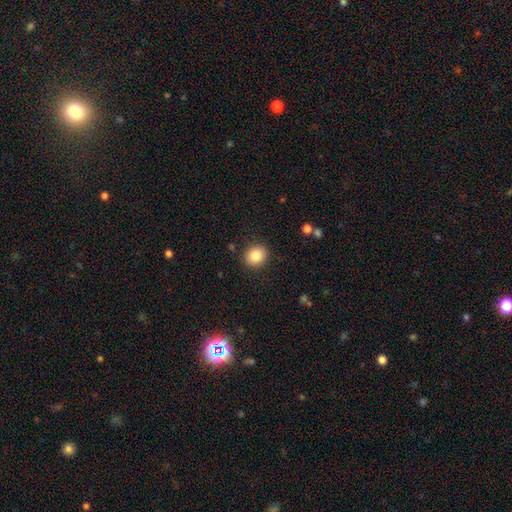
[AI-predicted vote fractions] Smooth or featured: smooth — 83% (star or artifact — 9%)
How rounded: round — 78% (in between — 21%)
Merging: none — 90% (minor disturbance — 7%)